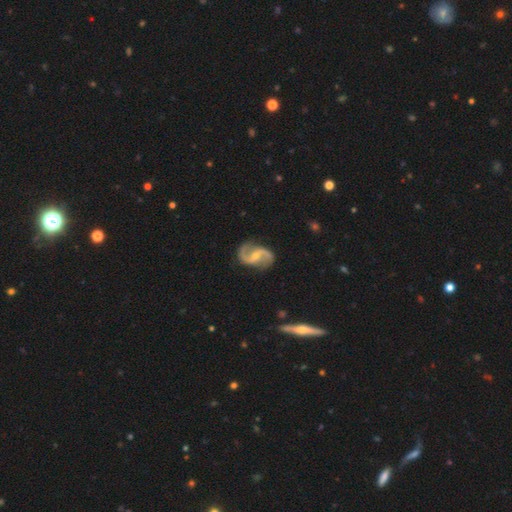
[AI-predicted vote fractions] featured or disk 92%, smooth 4%, star or artifact 4%. Down the decision tree: edge-on disk — no (98%); bar — weak (46%); spiral arms — yes (98%); spiral arm count — 2 (94%); spiral winding — loose (52%); bulge size — small (57%); merging — none (83%).